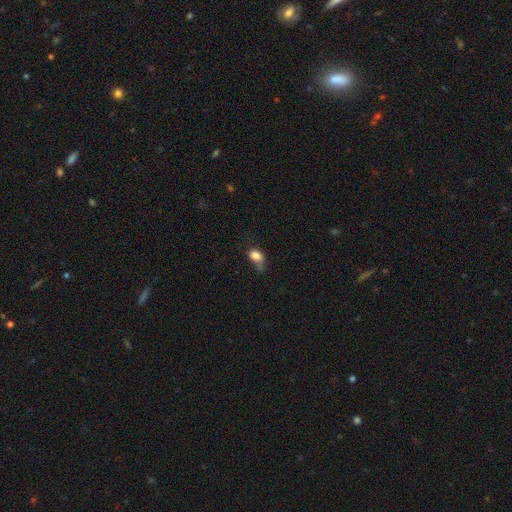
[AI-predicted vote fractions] Smooth or featured: smooth — 79% (star or artifact — 11%)
How rounded: in between — 79% (round — 19%)
Merging: minor disturbance — 33% (major disturbance — 30%)